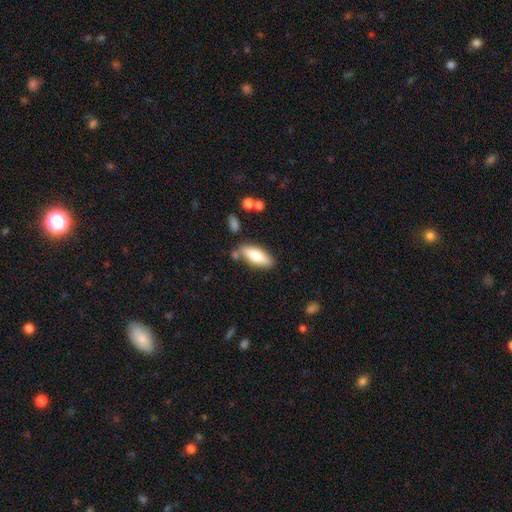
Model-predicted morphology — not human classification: Smooth or featured? Predicted: smooth (p=0.69). How rounded? Predicted: in between (p=0.67). Merging? Predicted: none (p=0.74).